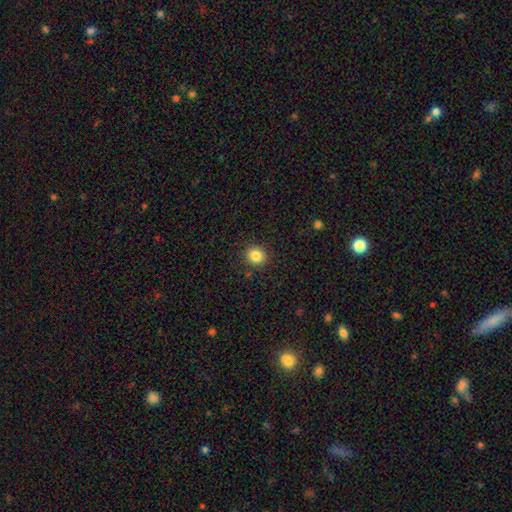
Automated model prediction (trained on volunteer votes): The model was most divided on "how rounded": round: 85%, in between: 14%, cigar-shaped: 1%. More confident: merging — none (89%); smooth or featured — smooth (84%).